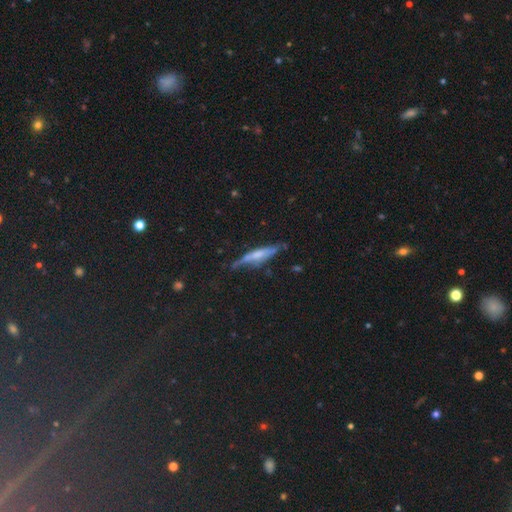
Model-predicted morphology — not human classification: type=featured or disk (47%); merging=none (76%).